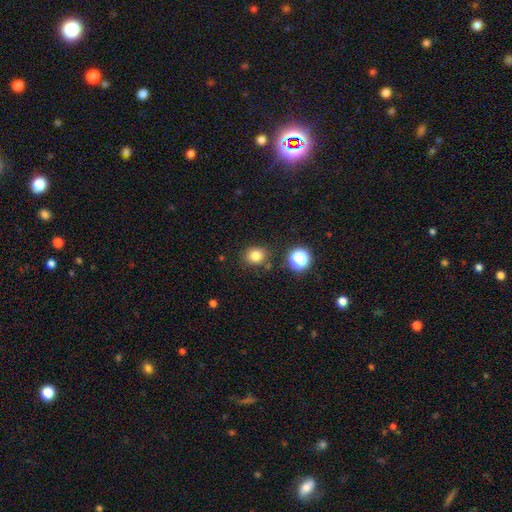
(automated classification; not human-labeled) smooth 80%, star or artifact 14%, featured or disk 6%. Down the decision tree: how rounded — round (70%); merging — none (81%).